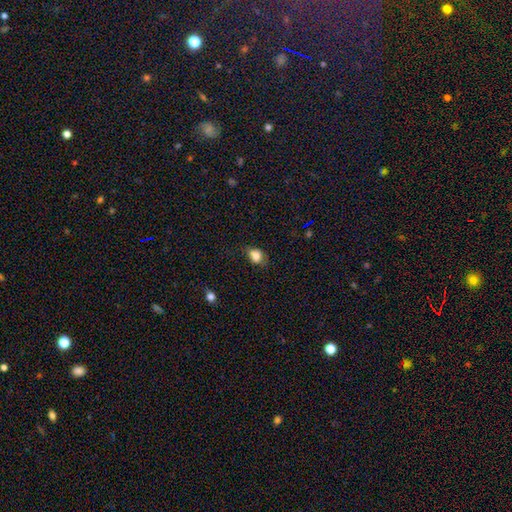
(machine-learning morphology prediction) Smooth or featured: smooth — 80% (star or artifact — 11%)
How rounded: in between — 57% (round — 41%)
Merging: none — 50% (minor disturbance — 33%)